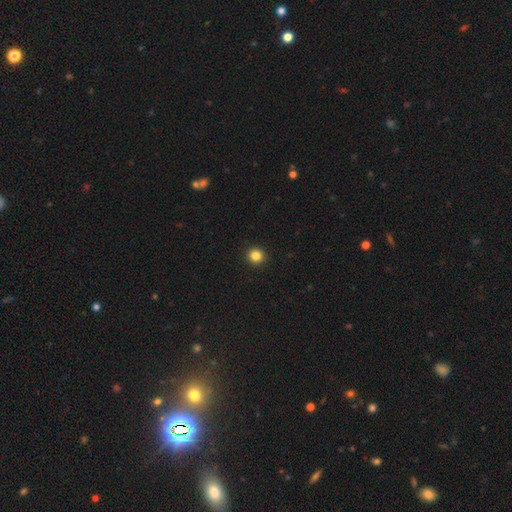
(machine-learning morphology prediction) smooth_or_featured: smooth (p=0.84) [alt: star or artifact p=0.12]
how_rounded: round (p=0.93) [alt: in between p=0.06]
merging: none (p=0.94) [alt: minor disturbance p=0.04]